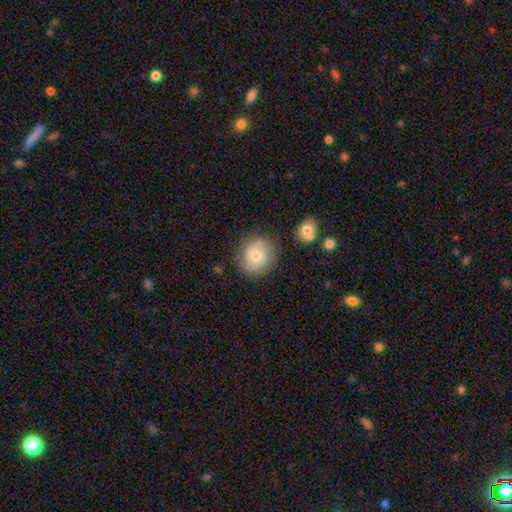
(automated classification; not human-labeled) A smooth galaxy with no disk features (70%) that is round (84%). Merging: none (76%).